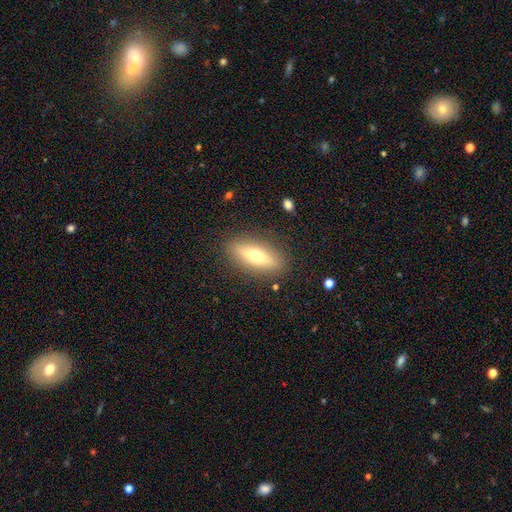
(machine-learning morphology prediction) type=smooth (57%); roundness=in between (55%); merging=none (87%).